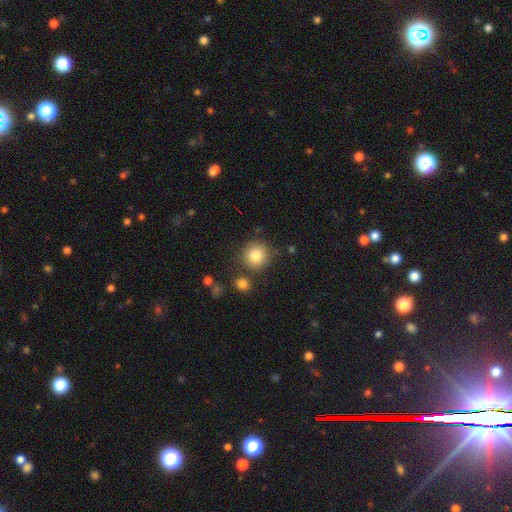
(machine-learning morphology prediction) Overall: smooth (84%). How rounded: round (92%). Merging: none (82%).